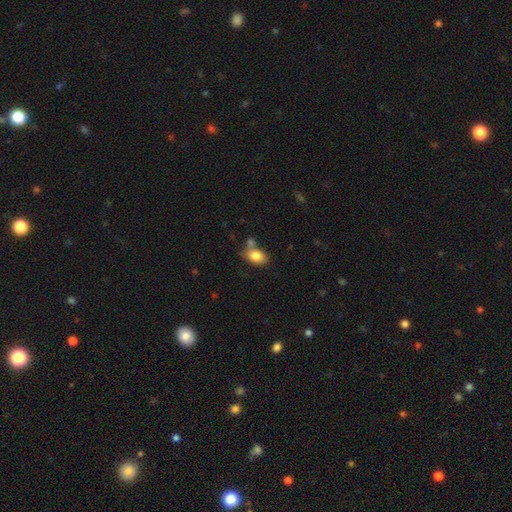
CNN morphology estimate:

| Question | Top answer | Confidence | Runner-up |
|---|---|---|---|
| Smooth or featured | smooth | 82% | featured or disk (10%) |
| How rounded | in between | 81% | round (18%) |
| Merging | none | 52% | merger (24%) |